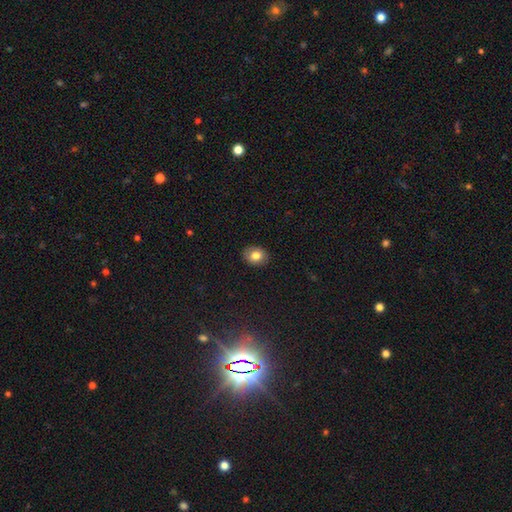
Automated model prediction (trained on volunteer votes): The model was most divided on "how rounded": in between: 51%, round: 48%, cigar-shaped: 1%. More confident: merging — none (89%); smooth or featured — smooth (80%).